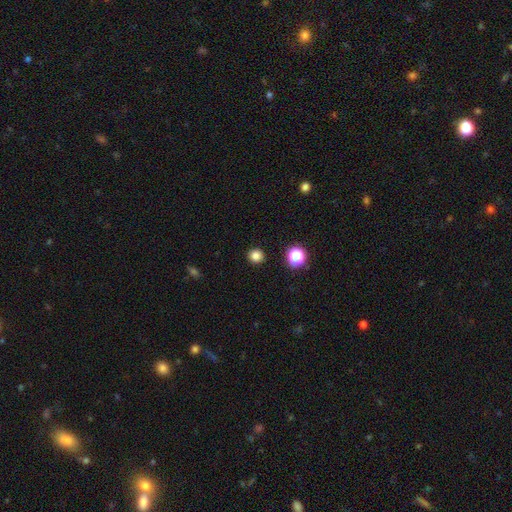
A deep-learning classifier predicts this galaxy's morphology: This is clearly a smooth galaxy (81%). How rounded: clearly round (90%). Merging: clearly none (92%).